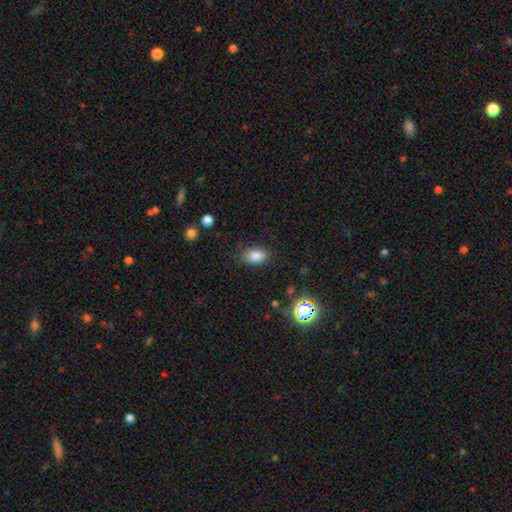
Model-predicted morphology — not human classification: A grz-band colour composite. It shows a smooth galaxy with no disk features (82%) that is in between round and cigar-shaped (82%). Merging: none (80%).